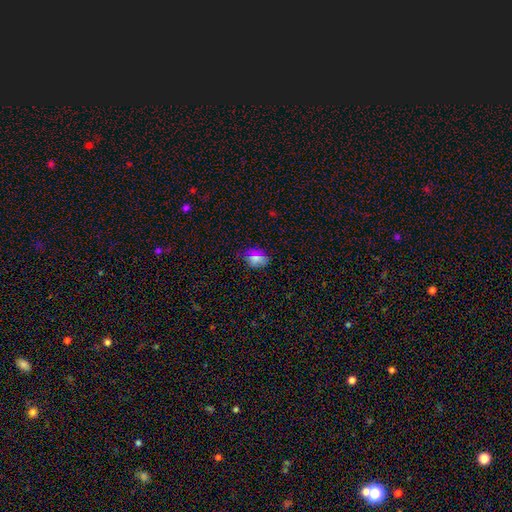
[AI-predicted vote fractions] Q: Smooth or featured?
A: smooth (72%); runner-up: star or artifact (20%)
Q: How rounded?
A: in between (70%); runner-up: round (28%)
Q: Merging?
A: none (82%); runner-up: minor disturbance (14%)